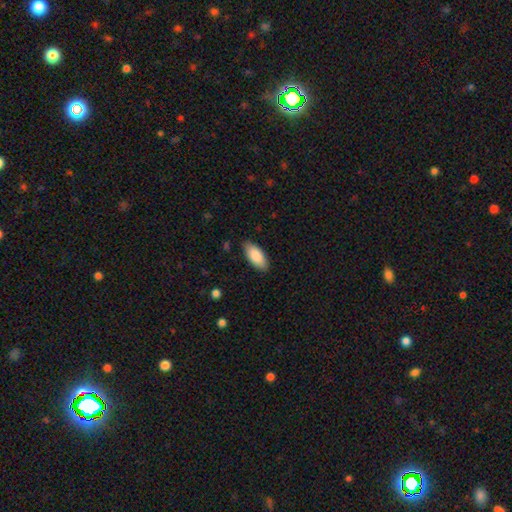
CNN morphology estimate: Smooth or featured? smooth (87%)
How rounded? in between (89%)
Merging? none (86%)